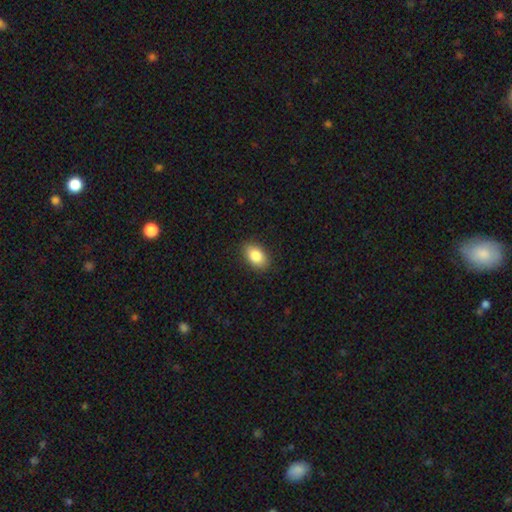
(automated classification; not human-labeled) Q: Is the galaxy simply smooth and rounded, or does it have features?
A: smooth — 86%.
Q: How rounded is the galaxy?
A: in between — 88%.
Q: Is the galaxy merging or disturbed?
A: none — 88%.